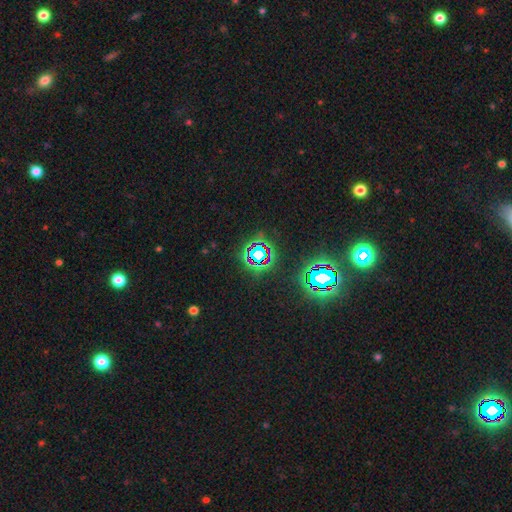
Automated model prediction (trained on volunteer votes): star or artifact 74%, smooth 14%, featured or disk 11%.